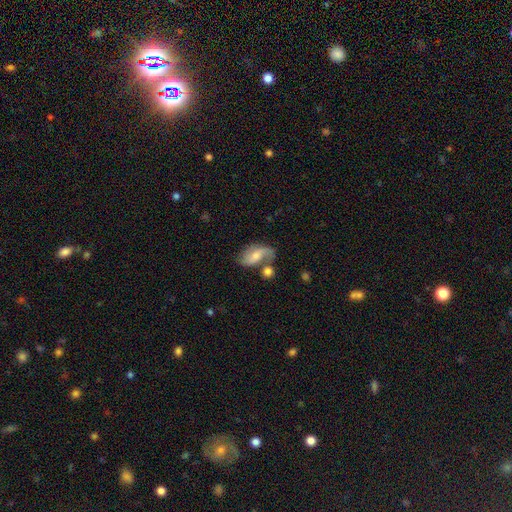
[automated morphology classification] Smooth or featured: featured or disk — 58% (smooth — 35%)
Edge-on disk: no — 95% (yes — 5%)
Bar: no — 47% (weak — 39%)
Spiral arms: yes — 86% (no — 14%)
Bulge size: moderate — 47% (small — 39%)
Merging: none — 41% (merger — 28%)